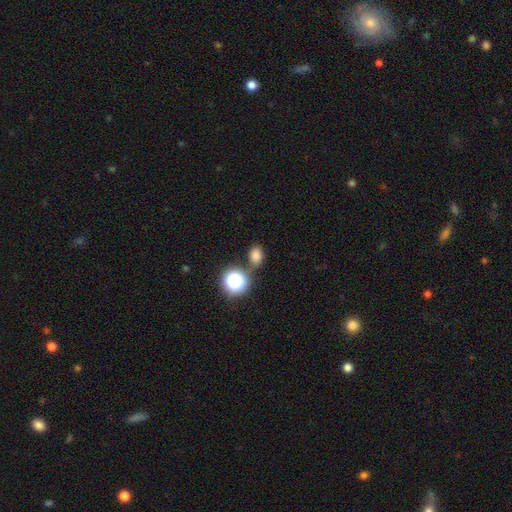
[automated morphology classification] Smooth or featured? Predicted: smooth (p=0.76). How rounded? Predicted: in between (p=0.59). Merging? Predicted: none (p=0.69).